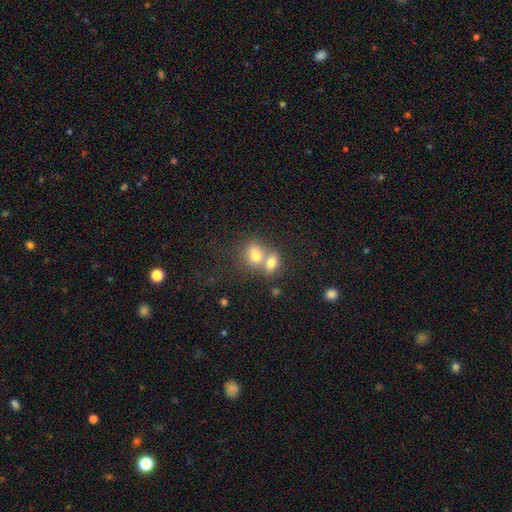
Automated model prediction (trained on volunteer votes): Q: Smooth or featured?
A: smooth (75%); runner-up: featured or disk (15%)
Q: How rounded?
A: in between (65%); runner-up: round (33%)
Q: Merging?
A: merger (65%); runner-up: none (25%)